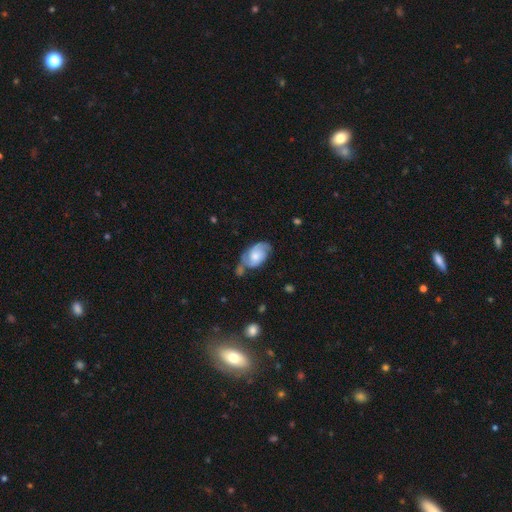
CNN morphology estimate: Smooth or featured?
  - featured or disk: 63% *
  - smooth: 30%
  - star or artifact: 7%
Edge-on disk?
  - no: 96% *
  - yes: 4%
Bar?
  - no: 68% *
  - weak: 27%
  - strong: 5%
Spiral arms?
  - yes: 88% *
  - no: 12%
Spiral winding?
  - medium: 43% *
  - tight: 36%
  - loose: 21%
Spiral arm count?
  - 2: 76% *
  - can't tell: 13%
  - 1: 6%
  - 3: 3%
  - 4: 1%
  - more than 4: 1%
Bulge size?
  - moderate: 48% *
  - small: 29%
  - large: 15%
  - none: 6%
  - dominant: 2%
Merging?
  - none: 45% *
  - minor disturbance: 29%
  - major disturbance: 14%
  - merger: 12%